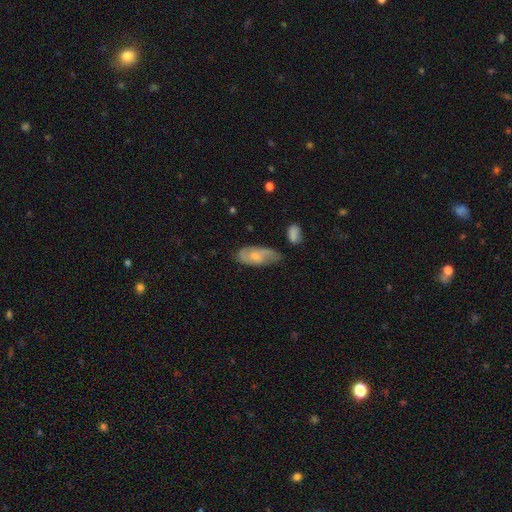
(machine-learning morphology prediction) Smooth or featured?
  - smooth: 51% *
  - featured or disk: 43%
  - star or artifact: 6%
How rounded?
  - in between: 87% *
  - cigar-shaped: 9%
  - round: 3%
Merging?
  - none: 48% *
  - minor disturbance: 34%
  - major disturbance: 13%
  - merger: 5%